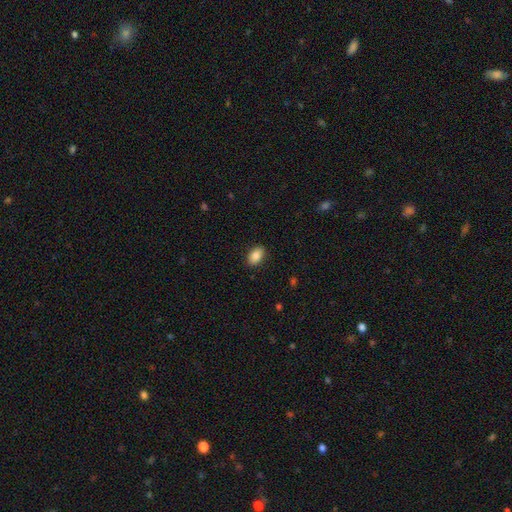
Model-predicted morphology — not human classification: A smooth galaxy with no disk features (86%) that is in between round and cigar-shaped (88%).

Vote fractions:
- Smooth or featured? smooth: 86% / star or artifact: 8% / featured or disk: 6%
- How rounded? in between: 88% / round: 10% / cigar-shaped: 1%
- Merging? none: 89% / minor disturbance: 8% / major disturbance: 2% / merger: 1%